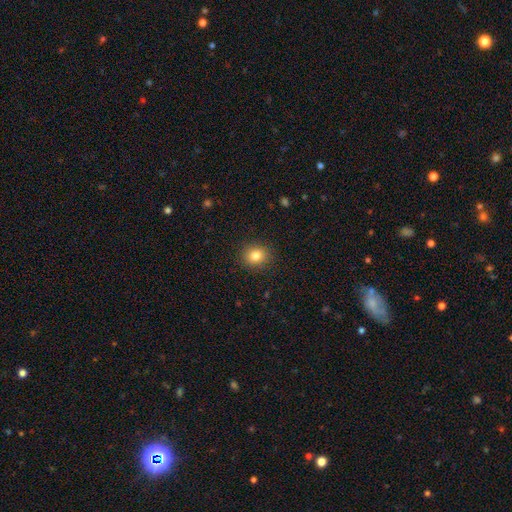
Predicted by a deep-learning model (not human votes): Q: Smooth or featured?
A: smooth (83%); runner-up: star or artifact (11%)
Q: How rounded?
A: round (73%); runner-up: in between (26%)
Q: Merging?
A: none (90%); runner-up: minor disturbance (7%)